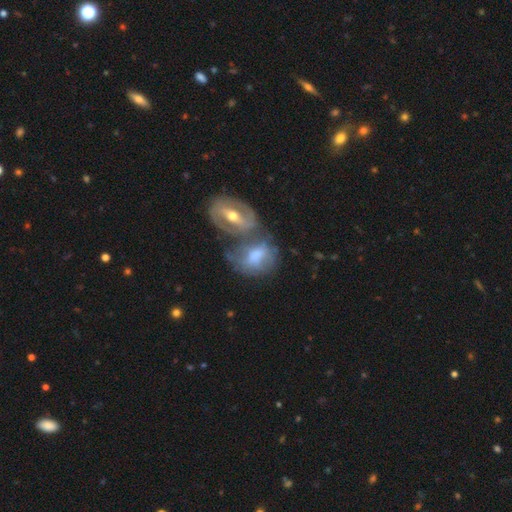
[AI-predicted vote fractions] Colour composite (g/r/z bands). It shows a featured or disk galaxy (59%) with a weak bar (38%), spiral arms (53%) and a moderate central bulge (62%). Merging: merger (51%).